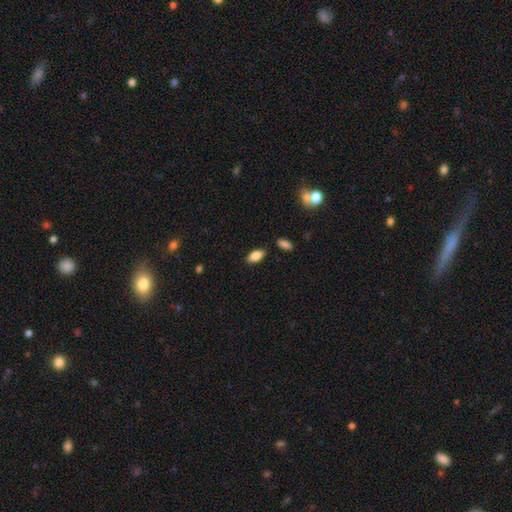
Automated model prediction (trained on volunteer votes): Smooth or featured? smooth (84%)
How rounded? in between (90%)
Merging? none (84%)